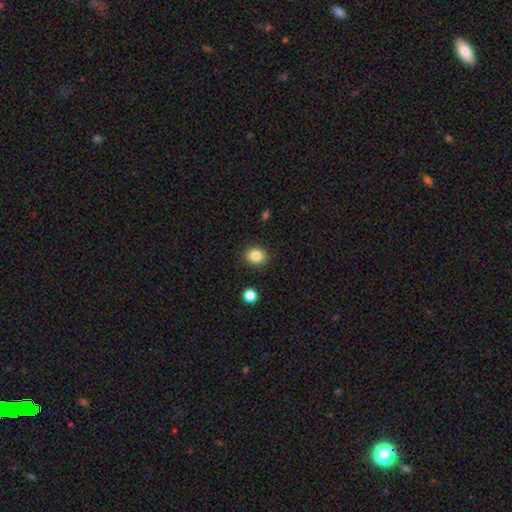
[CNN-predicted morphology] Smooth or featured? Predicted: smooth (p=0.85). How rounded? Predicted: round (p=0.76). Merging? Predicted: none (p=0.90).